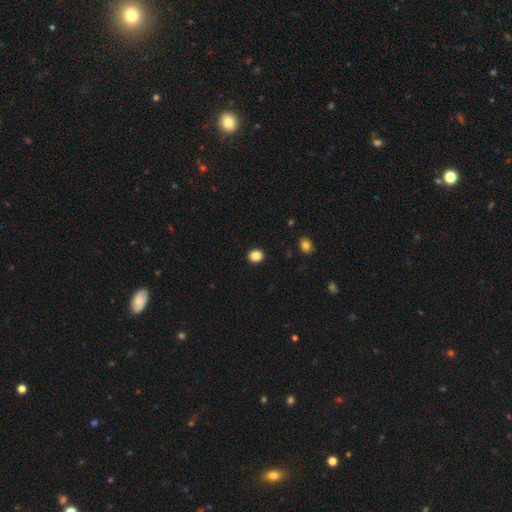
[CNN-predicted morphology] This appears to be a smooth galaxy with no disk features (86%) that is round (75%). Merging: none (92%).